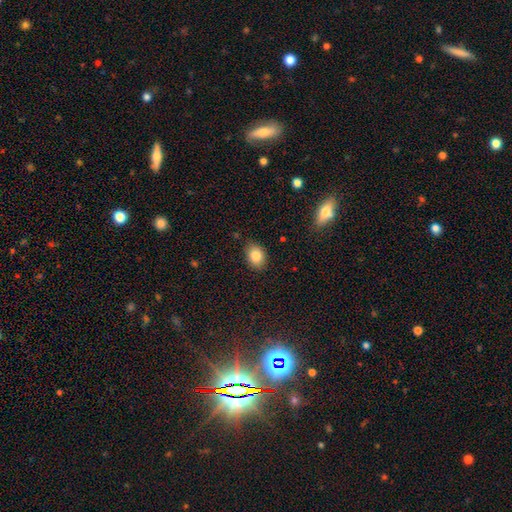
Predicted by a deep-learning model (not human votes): Morphology: type=smooth (84%); roundness=in between (70%); merging=none (83%).